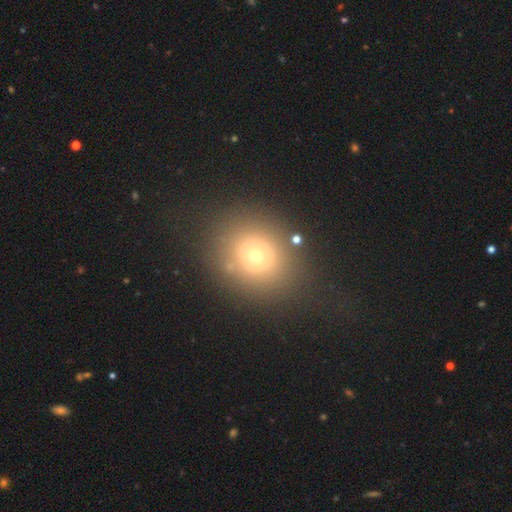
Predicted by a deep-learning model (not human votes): Smooth or featured?
  - smooth: 63% *
  - star or artifact: 19%
  - featured or disk: 18%
How rounded?
  - round: 77% *
  - in between: 22%
  - cigar-shaped: 1%
Merging?
  - none: 75% *
  - minor disturbance: 13%
  - major disturbance: 8%
  - merger: 4%